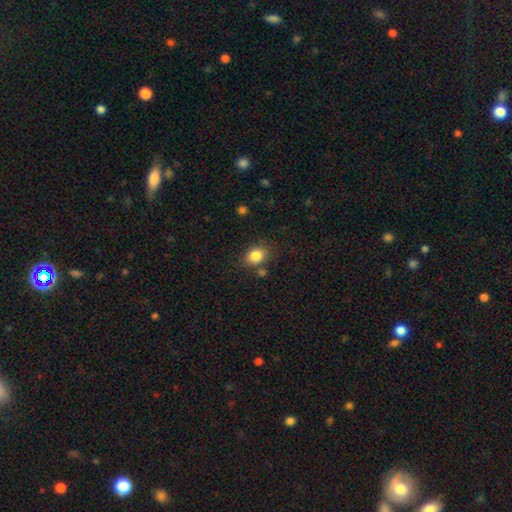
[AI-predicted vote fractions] Morphology: type=smooth (84%); roundness=in between (57%); merging=none (78%).